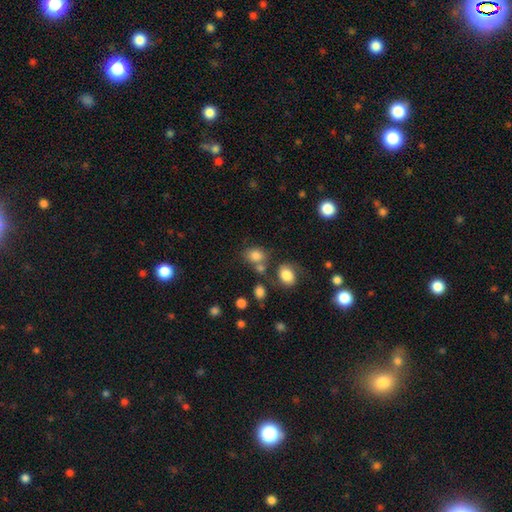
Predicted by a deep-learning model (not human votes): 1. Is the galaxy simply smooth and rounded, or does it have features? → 80% smooth, 11% star or artifact, 9% featured or disk.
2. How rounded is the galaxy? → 52% round, 47% in between, 1% cigar-shaped.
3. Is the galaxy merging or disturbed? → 54% none, 25% merger, 14% minor disturbance, 7% major disturbance.